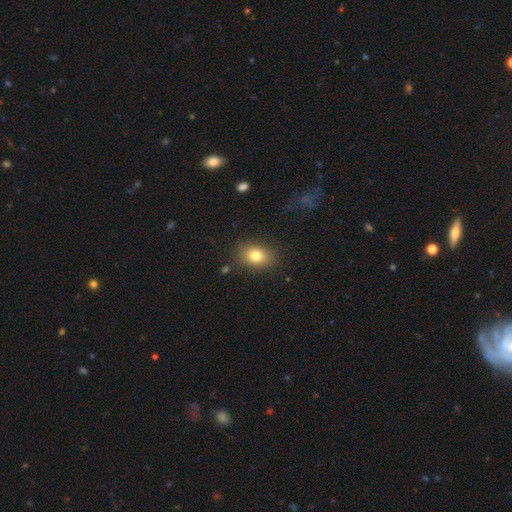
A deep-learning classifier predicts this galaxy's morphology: smooth_or_featured: smooth (p=0.80) [alt: star or artifact p=0.10]
how_rounded: in between (p=0.70) [alt: round p=0.28]
merging: none (p=0.84) [alt: minor disturbance p=0.11]